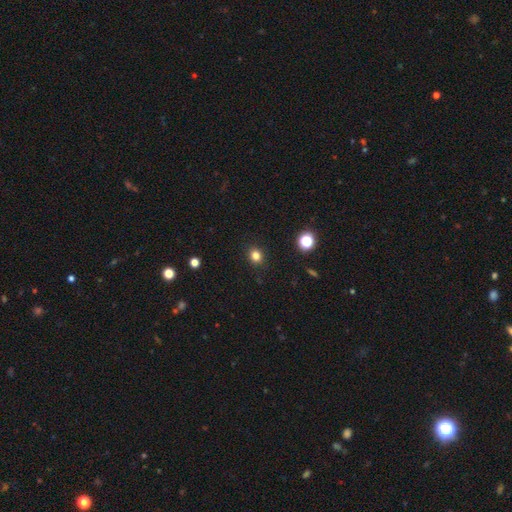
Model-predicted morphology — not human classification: A smooth galaxy with no disk features (81%) that is round (77%).

Vote fractions:
- Smooth or featured? smooth: 81% / star or artifact: 14% / featured or disk: 5%
- How rounded? round: 77% / in between: 22% / cigar-shaped: 1%
- Merging? none: 90% / minor disturbance: 7% / major disturbance: 2% / merger: 1%